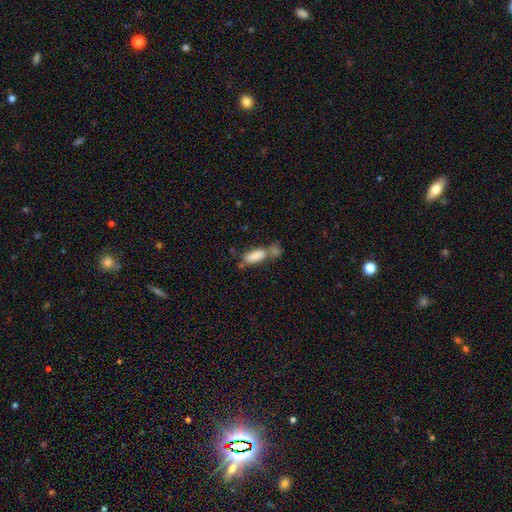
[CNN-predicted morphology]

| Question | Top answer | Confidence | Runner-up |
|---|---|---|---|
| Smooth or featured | smooth | 81% | featured or disk (11%) |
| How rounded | in between | 71% | cigar-shaped (26%) |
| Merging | merger | 43% | none (36%) |